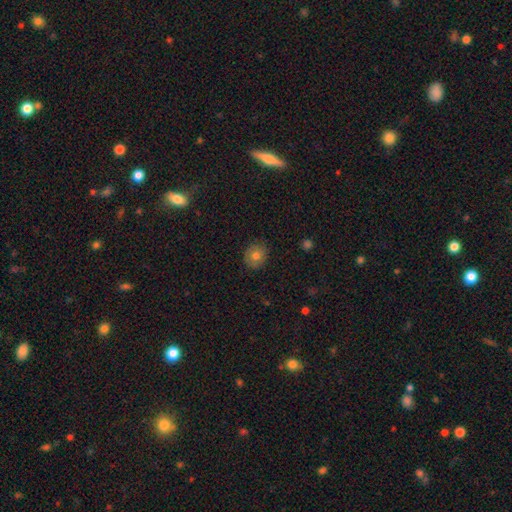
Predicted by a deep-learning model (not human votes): Smooth or featured? smooth (76%)
How rounded? round (73%)
Merging? none (85%)